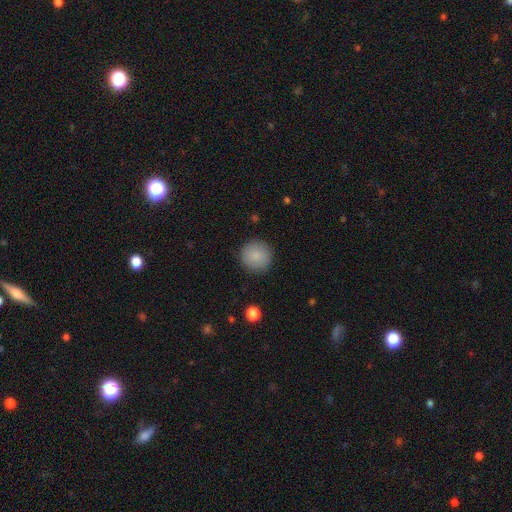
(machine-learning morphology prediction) Overall: smooth (87%). How rounded: round (95%). Merging: none (90%).